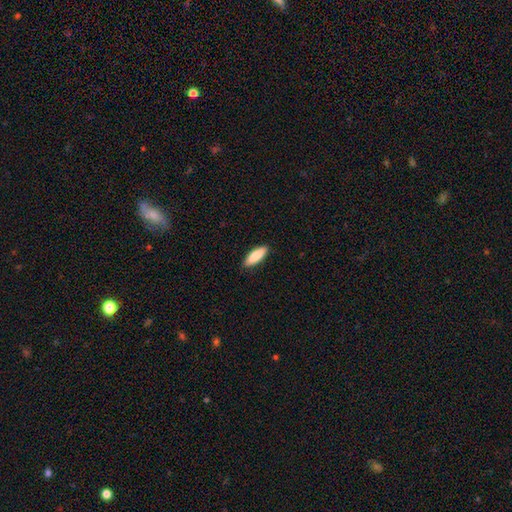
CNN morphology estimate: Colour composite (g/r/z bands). It shows a smooth galaxy with no disk features (86%) that is in between round and cigar-shaped (60%). Merging: none (89%).